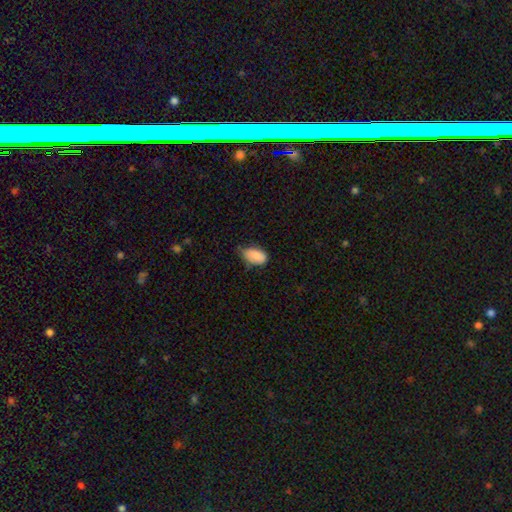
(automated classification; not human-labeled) Smooth or featured? Predicted: smooth (p=0.88). How rounded? Predicted: in between (p=0.93). Merging? Predicted: none (p=0.48).